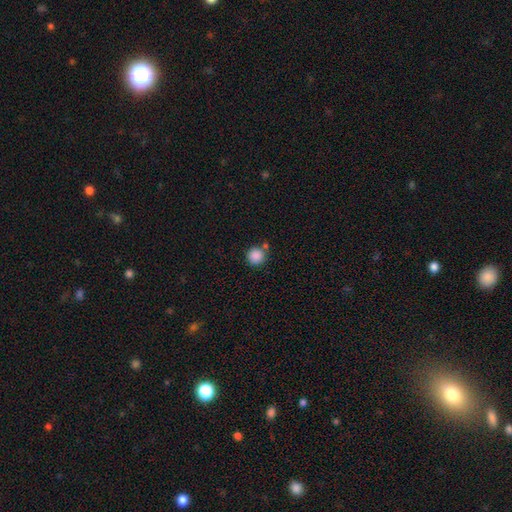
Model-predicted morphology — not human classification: Smooth or featured?
  - smooth: 87% *
  - star or artifact: 10%
  - featured or disk: 3%
How rounded?
  - round: 95% *
  - in between: 5%
  - cigar-shaped: 1%
Merging?
  - none: 74% *
  - merger: 13%
  - minor disturbance: 10%
  - major disturbance: 3%